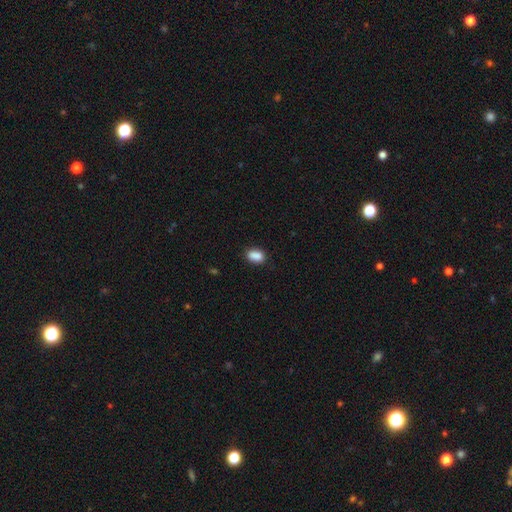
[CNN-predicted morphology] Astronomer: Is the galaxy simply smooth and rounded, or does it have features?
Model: smooth — 87%.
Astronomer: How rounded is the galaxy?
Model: in between — 83%.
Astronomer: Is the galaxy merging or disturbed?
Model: none — 79%.